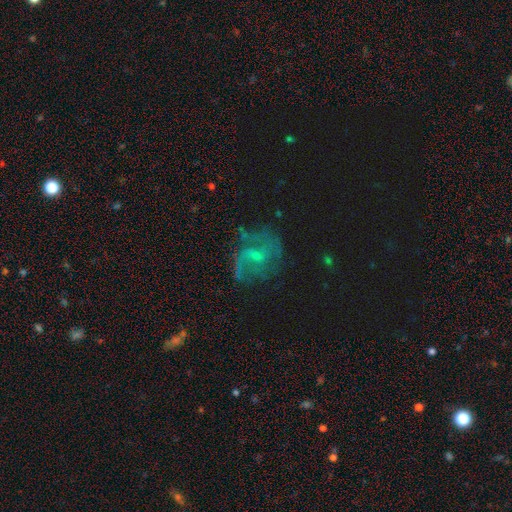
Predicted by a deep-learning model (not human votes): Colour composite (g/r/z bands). It shows a featured or disk galaxy (76%) with no bar (46%), 2 (58%) loose (45%) spiral arms (85%) and a small central bulge (70%). Merging: none (58%).